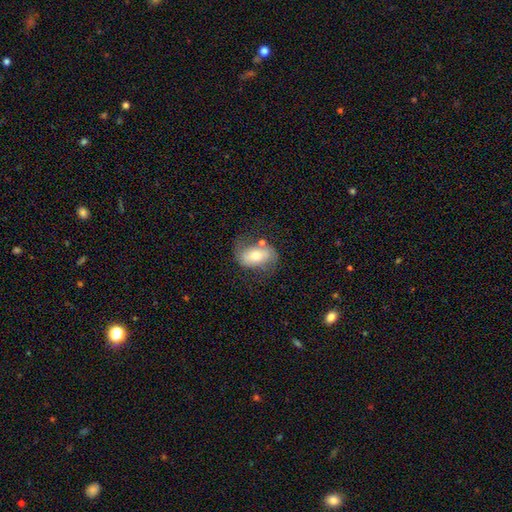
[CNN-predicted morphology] Smooth or featured? smooth (49%)
Merging? none (57%)